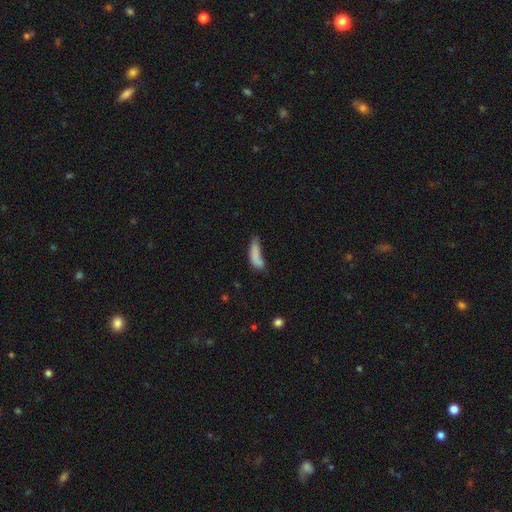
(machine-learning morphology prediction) The model was most divided on "how rounded": in between: 50%, cigar-shaped: 47%, round: 3%. Remaining: smooth or featured — smooth (77%); merging — none (36%).